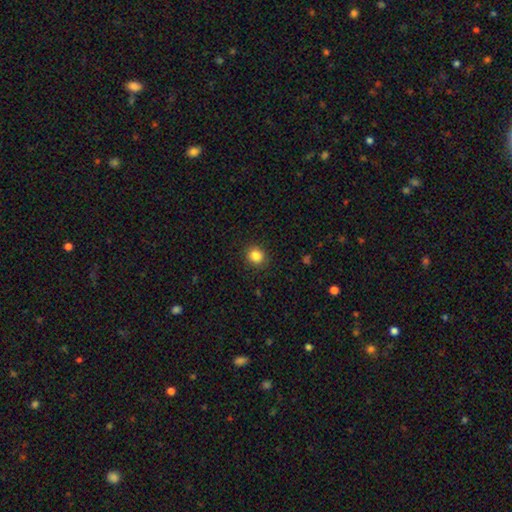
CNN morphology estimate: Q: Smooth or featured?
A: smooth (85%); runner-up: star or artifact (11%)
Q: How rounded?
A: round (87%); runner-up: in between (12%)
Q: Merging?
A: none (91%); runner-up: minor disturbance (6%)